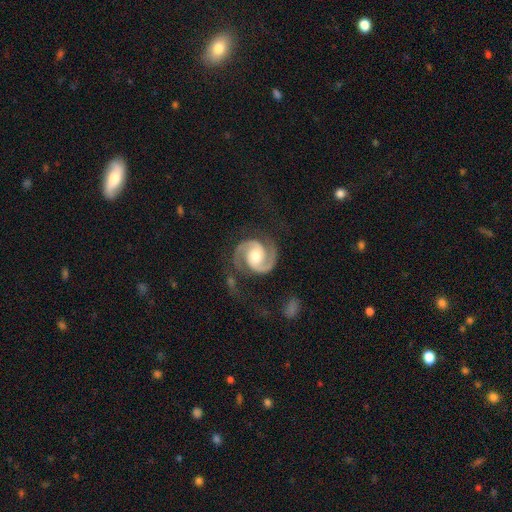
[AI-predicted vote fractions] Smooth or featured? featured or disk (93%)
Edge-on disk? no (98%)
Bar? no (48%)
Spiral arms? yes (99%)
Spiral winding? medium (54%)
Spiral arm count? 2 (94%)
Bulge size? moderate (70%)
Merging? none (73%)